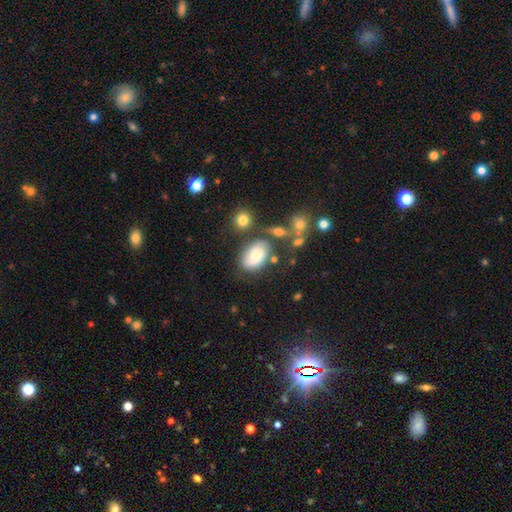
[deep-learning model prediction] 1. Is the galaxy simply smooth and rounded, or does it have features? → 58% smooth, 33% featured or disk, 9% star or artifact.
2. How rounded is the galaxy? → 85% in between, 13% round, 1% cigar-shaped.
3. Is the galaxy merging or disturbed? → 58% none, 21% minor disturbance, 12% merger, 9% major disturbance.